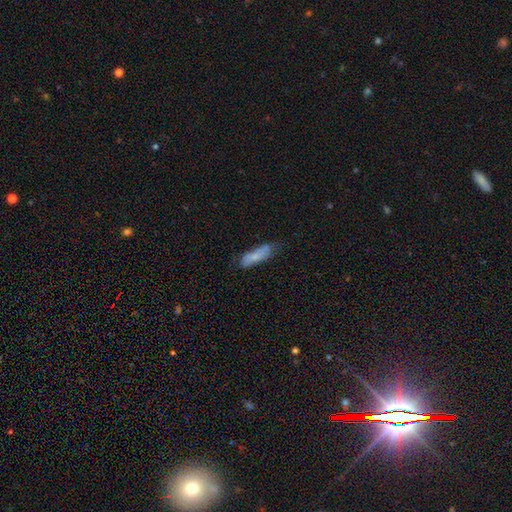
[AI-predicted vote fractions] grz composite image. It shows a smooth galaxy with no disk features (69%) that is cigar-shaped (57%). Merging: none (53%).